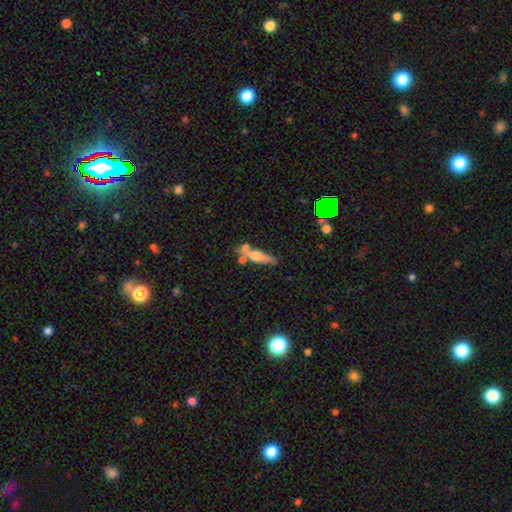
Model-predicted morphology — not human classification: smooth-or-featured: smooth: 48% | featured or disk: 43% | star or artifact: 9%
  merging: none: 49% | merger: 27% | minor disturbance: 16% | major disturbance: 8%